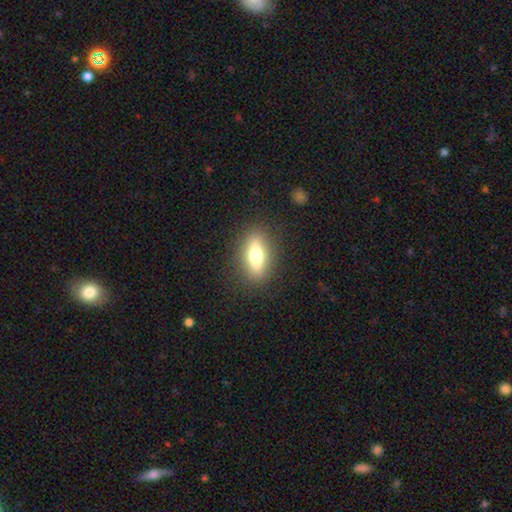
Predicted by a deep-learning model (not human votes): Smooth or featured? smooth (58%)
How rounded? in between (62%)
Merging? none (87%)